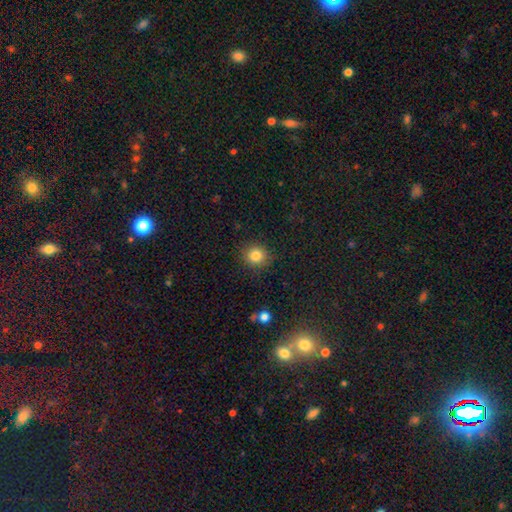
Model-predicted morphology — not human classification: A smooth galaxy with no disk features (83%) that is round (86%). Merging: none (88%).